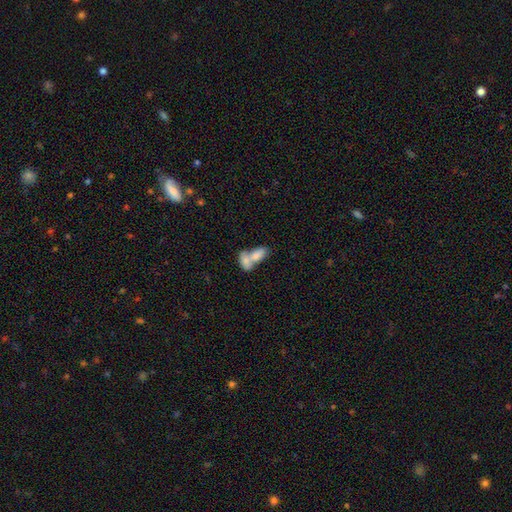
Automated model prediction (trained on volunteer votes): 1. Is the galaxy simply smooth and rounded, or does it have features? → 76% smooth, 17% featured or disk, 7% star or artifact.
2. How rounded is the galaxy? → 88% in between, 6% round, 5% cigar-shaped.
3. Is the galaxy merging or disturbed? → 75% merger, 16% none, 6% minor disturbance, 4% major disturbance.